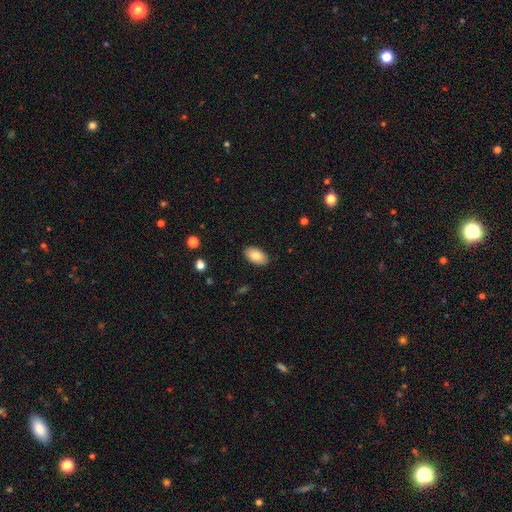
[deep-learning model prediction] smooth-or-featured: smooth: 82% | featured or disk: 11% | star or artifact: 7%
  how-rounded: in between: 94% | round: 5% | cigar-shaped: 1%
  merging: none: 89% | minor disturbance: 8% | major disturbance: 2% | merger: 1%